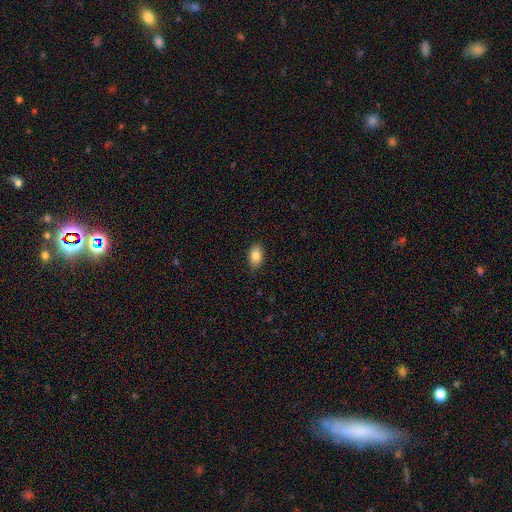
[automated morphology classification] Smooth or featured?
  - smooth: 85% *
  - star or artifact: 8%
  - featured or disk: 7%
How rounded?
  - in between: 88% *
  - round: 10%
  - cigar-shaped: 2%
Merging?
  - none: 85% *
  - minor disturbance: 12%
  - major disturbance: 2%
  - merger: 1%